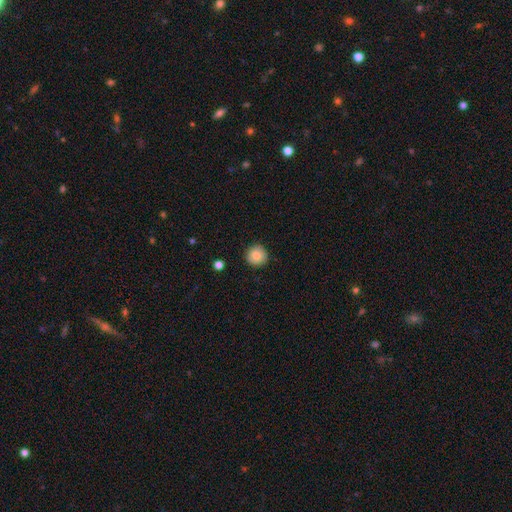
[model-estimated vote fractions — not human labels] Q: Smooth or featured?
A: smooth (83%); runner-up: star or artifact (8%)
Q: How rounded?
A: round (95%); runner-up: in between (4%)
Q: Merging?
A: none (91%); runner-up: minor disturbance (6%)